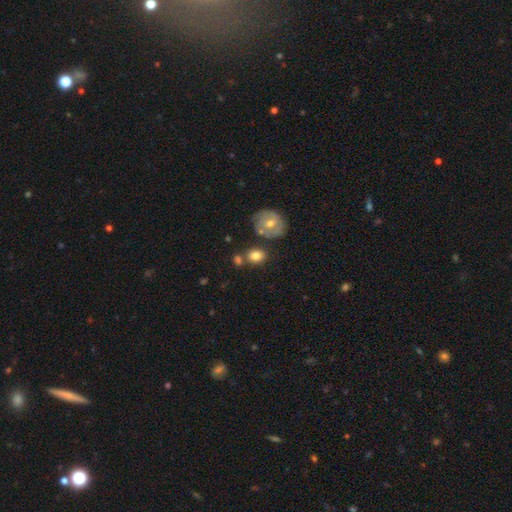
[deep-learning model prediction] A smooth galaxy with no disk features (78%) that is in between round and cigar-shaped (56%). Merging: none (62%).